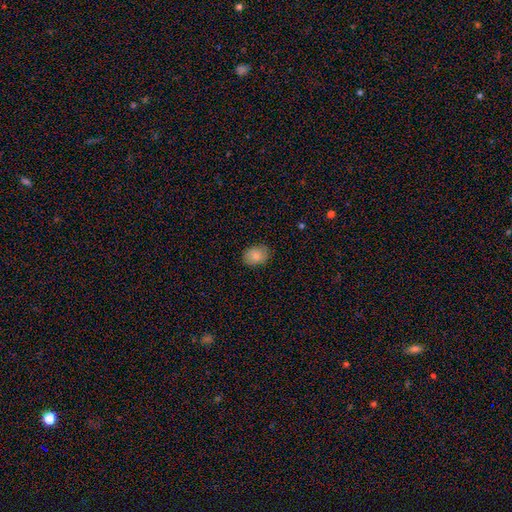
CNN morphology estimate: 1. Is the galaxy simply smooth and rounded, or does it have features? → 84% smooth, 9% featured or disk, 8% star or artifact.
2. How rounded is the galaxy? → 68% in between, 31% round, 1% cigar-shaped.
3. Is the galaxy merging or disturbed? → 83% none, 13% minor disturbance, 3% major disturbance, 1% merger.